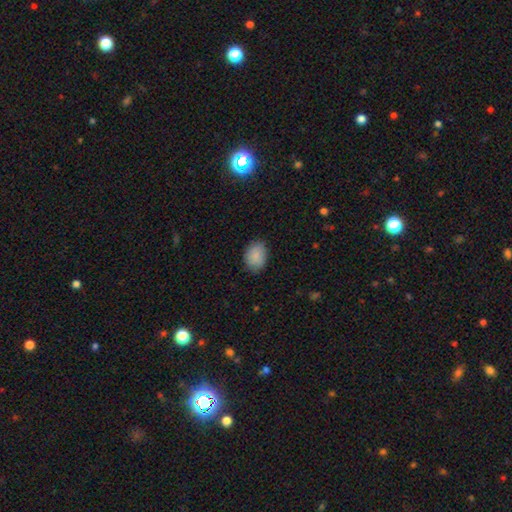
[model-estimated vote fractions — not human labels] Smooth or featured? smooth (88%)
How rounded? in between (70%)
Merging? none (82%)